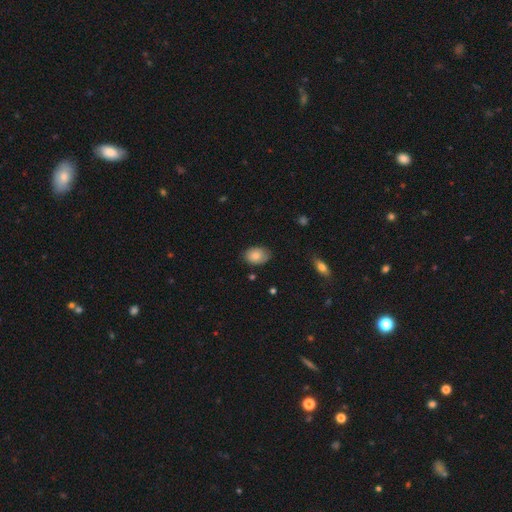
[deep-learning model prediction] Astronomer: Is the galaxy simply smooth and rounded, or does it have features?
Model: smooth — 81%.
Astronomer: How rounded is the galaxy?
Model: in between — 75%.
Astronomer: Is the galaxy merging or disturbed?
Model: none — 76%.